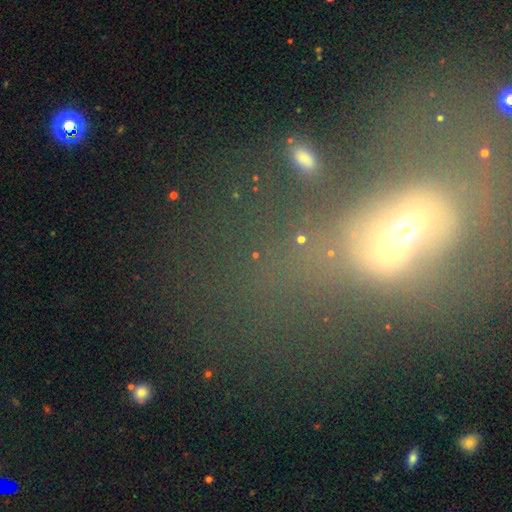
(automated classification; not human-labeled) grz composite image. It shows a smooth galaxy with no disk features (39%). Merging: none (46%).